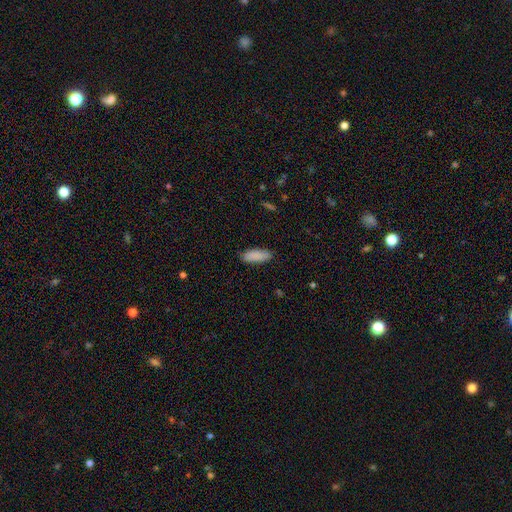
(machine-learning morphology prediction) smooth 88%, star or artifact 6%, featured or disk 6%. Down the decision tree: how rounded — in between (73%); merging — none (85%).